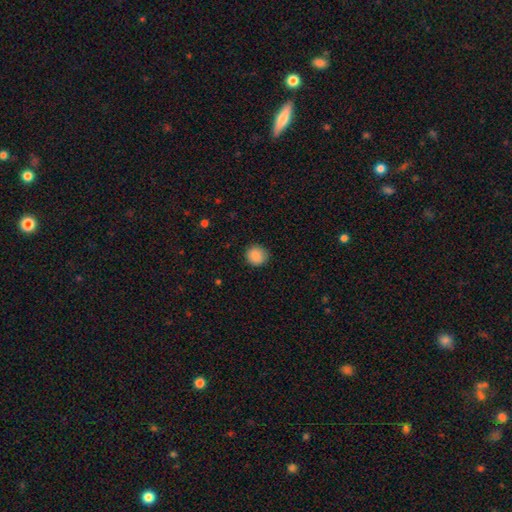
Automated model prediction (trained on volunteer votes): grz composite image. It shows a smooth galaxy with no disk features (89%) that is round (90%). Merging: none (89%).